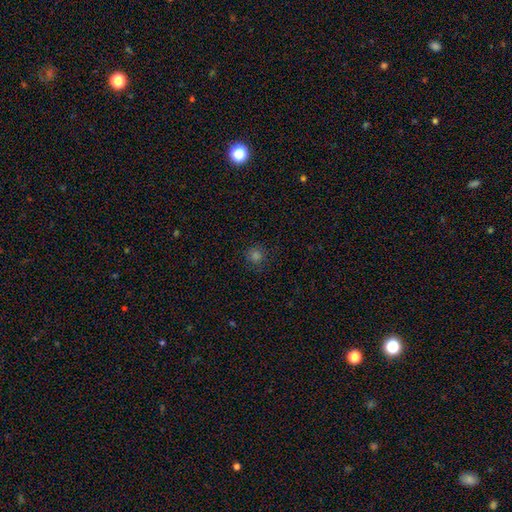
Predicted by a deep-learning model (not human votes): Morphology: type=smooth (72%); roundness=round (92%); merging=none (87%).